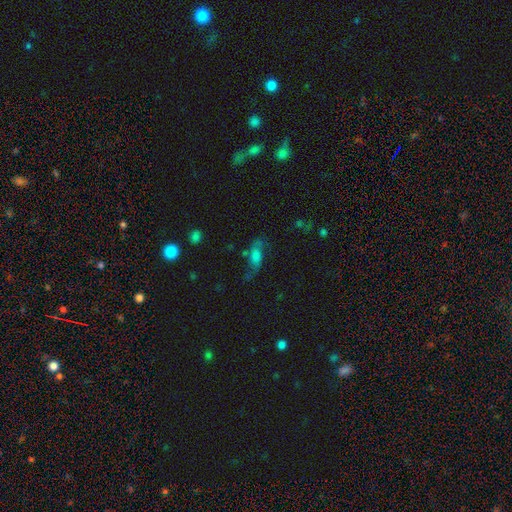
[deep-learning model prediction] This appears to be a featured or disk galaxy (48%). Merging: none (53%).